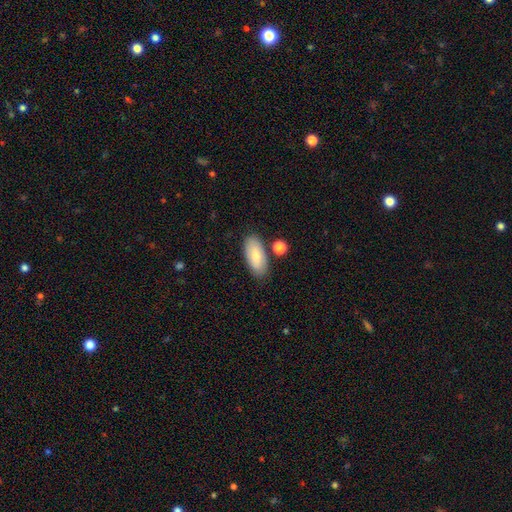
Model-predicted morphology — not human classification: smooth-or-featured: smooth: 78% | featured or disk: 15% | star or artifact: 7%
  how-rounded: in between: 88% | cigar-shaped: 9% | round: 3%
  merging: none: 79% | minor disturbance: 12% | merger: 6% | major disturbance: 3%